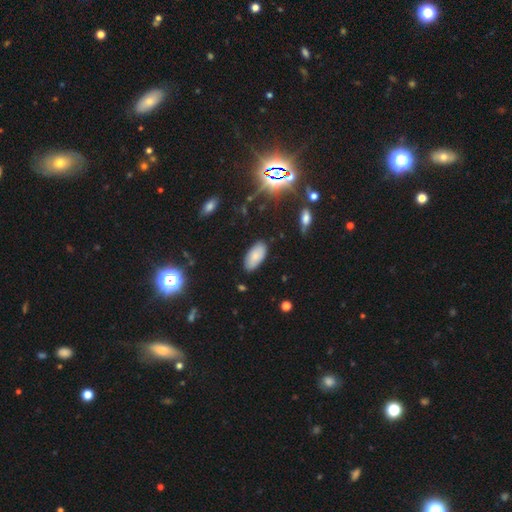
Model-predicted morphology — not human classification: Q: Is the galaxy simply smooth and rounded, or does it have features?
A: smooth — 79%.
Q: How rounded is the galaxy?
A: in between — 94%.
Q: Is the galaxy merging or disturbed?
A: none — 85%.